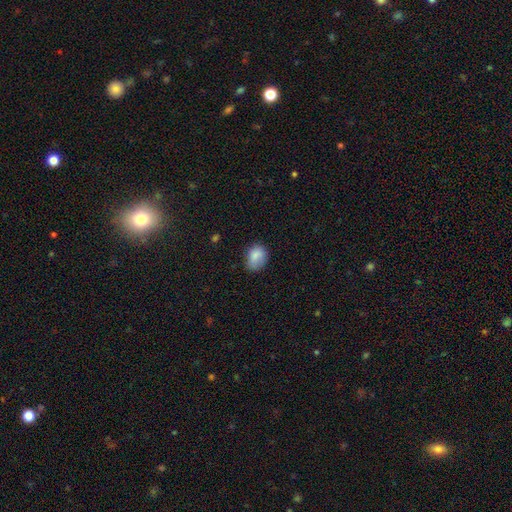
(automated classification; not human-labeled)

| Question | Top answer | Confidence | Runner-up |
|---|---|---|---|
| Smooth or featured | smooth | 84% | star or artifact (9%) |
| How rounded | in between | 63% | round (36%) |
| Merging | none | 64% | minor disturbance (27%) |